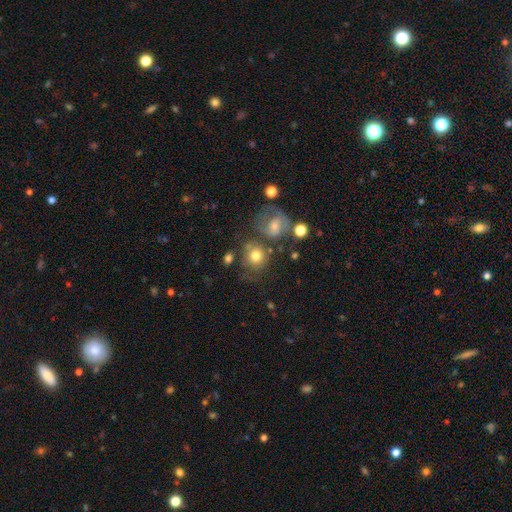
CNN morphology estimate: This appears to be a smooth galaxy with no disk features (72%) that is round (82%). Merging: none (50%).